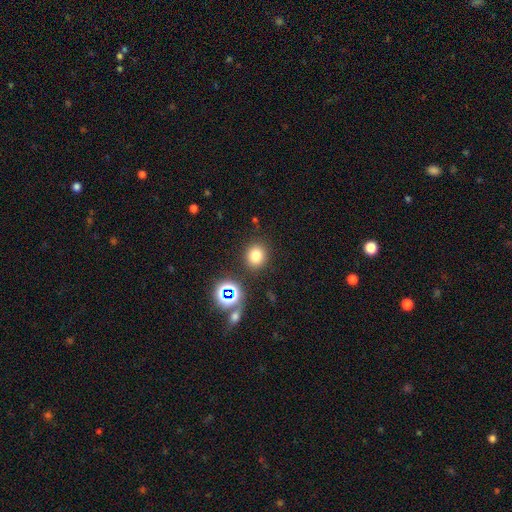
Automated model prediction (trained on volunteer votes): smooth-or-featured: smooth: 75% | star or artifact: 18% | featured or disk: 7%
  how-rounded: round: 81% | in between: 18% | cigar-shaped: 1%
  merging: none: 85% | minor disturbance: 8% | merger: 4% | major disturbance: 3%